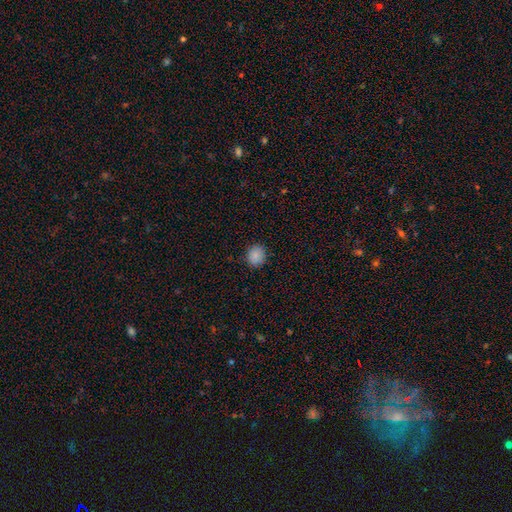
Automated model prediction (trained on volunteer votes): The model was most divided on "how rounded": round: 80%, in between: 19%, cigar-shaped: 1%. More confident: merging — none (89%); smooth or featured — smooth (86%).